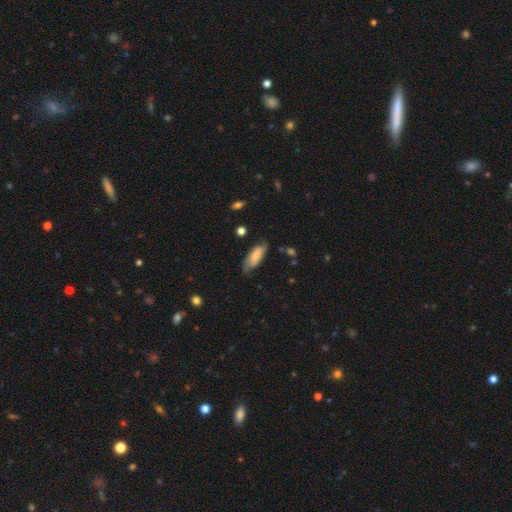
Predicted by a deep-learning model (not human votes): Smooth or featured? smooth (57%)
How rounded? in between (71%)
Merging? none (66%)